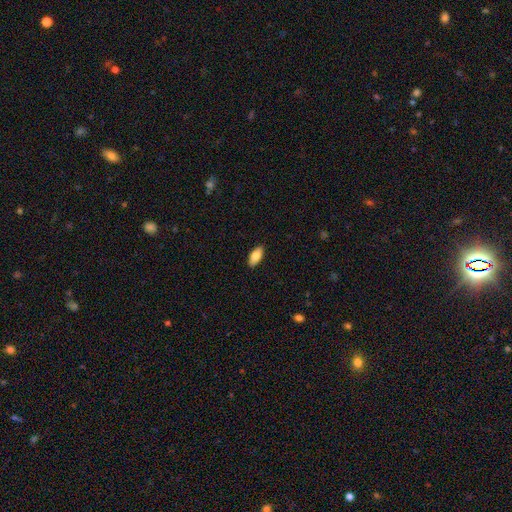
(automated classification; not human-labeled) Overall: smooth (82%). How rounded: in between (88%). Merging: none (89%).